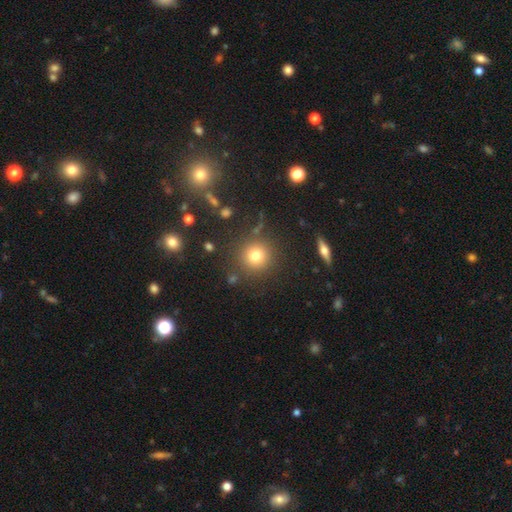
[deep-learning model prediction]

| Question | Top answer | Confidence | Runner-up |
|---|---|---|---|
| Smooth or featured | smooth | 77% | star or artifact (14%) |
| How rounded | round | 94% | in between (5%) |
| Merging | none | 86% | minor disturbance (7%) |